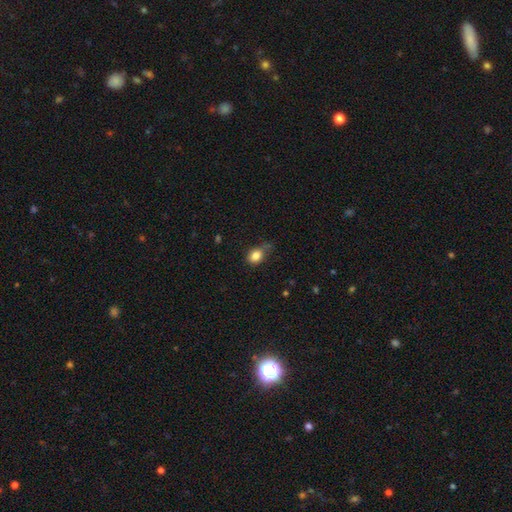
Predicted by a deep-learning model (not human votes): Q: Smooth or featured?
A: smooth (83%); runner-up: star or artifact (10%)
Q: How rounded?
A: in between (62%); runner-up: round (36%)
Q: Merging?
A: none (58%); runner-up: minor disturbance (30%)